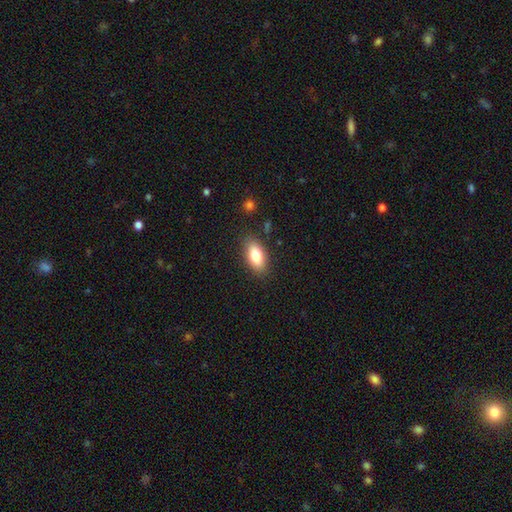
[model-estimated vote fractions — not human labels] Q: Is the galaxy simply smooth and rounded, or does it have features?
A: smooth — 81%.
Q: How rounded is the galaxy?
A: in between — 88%.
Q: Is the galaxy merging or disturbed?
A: none — 85%.